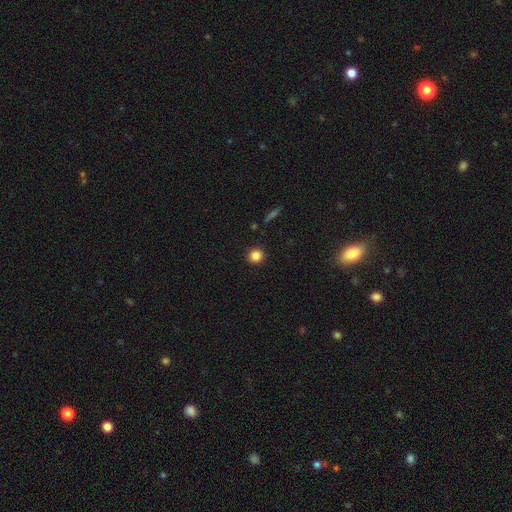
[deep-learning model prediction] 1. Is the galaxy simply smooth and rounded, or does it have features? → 85% smooth, 11% star or artifact, 5% featured or disk.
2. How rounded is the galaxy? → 92% round, 7% in between, 1% cigar-shaped.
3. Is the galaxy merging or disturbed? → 92% none, 5% minor disturbance, 2% major disturbance, 1% merger.